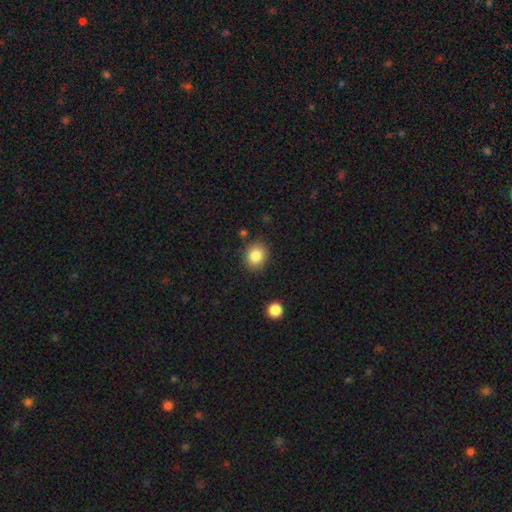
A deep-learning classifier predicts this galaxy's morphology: Smooth or featured? Predicted: smooth (p=0.85). How rounded? Predicted: round (p=0.70). Merging? Predicted: none (p=0.85).